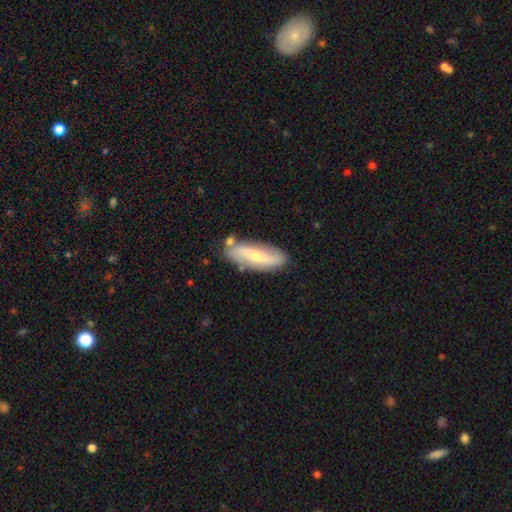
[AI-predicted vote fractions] Smooth or featured? Predicted: featured or disk (p=0.62). Edge-on disk? Predicted: no (p=0.79). Merging? Predicted: none (p=0.78).